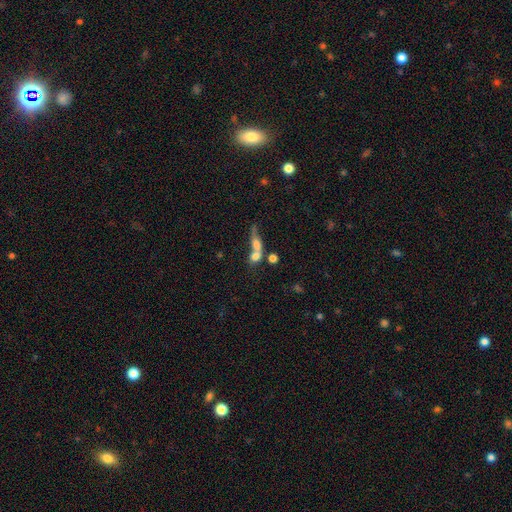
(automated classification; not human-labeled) Q: Smooth or featured?
A: smooth (63%); runner-up: featured or disk (24%)
Q: How rounded?
A: in between (44%); runner-up: round (41%)
Q: Merging?
A: merger (65%); runner-up: none (19%)